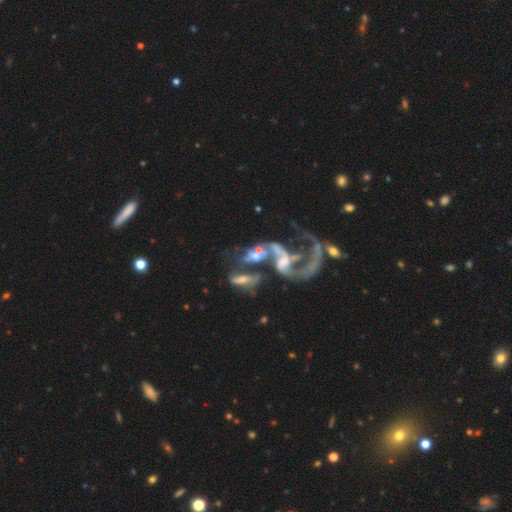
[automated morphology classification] smooth_or_featured: featured or disk (p=0.71) [alt: smooth p=0.17]
disk_edge_on: no (p=0.95) [alt: yes p=0.05]
bar: no (p=0.65) [alt: weak p=0.25]
has_spiral_arms: yes (p=0.58) [alt: no p=0.42]
bulge_size: none (p=0.33) [alt: moderate p=0.32]
merging: merger (p=0.57) [alt: major disturbance p=0.24]